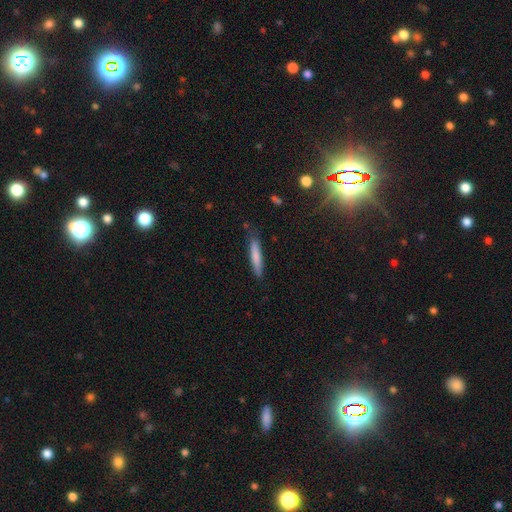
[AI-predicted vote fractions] The model was most divided on "smooth or featured": smooth: 77%, featured or disk: 17%, star or artifact: 6%. More confident: how rounded — cigar-shaped (91%); merging — none (81%).